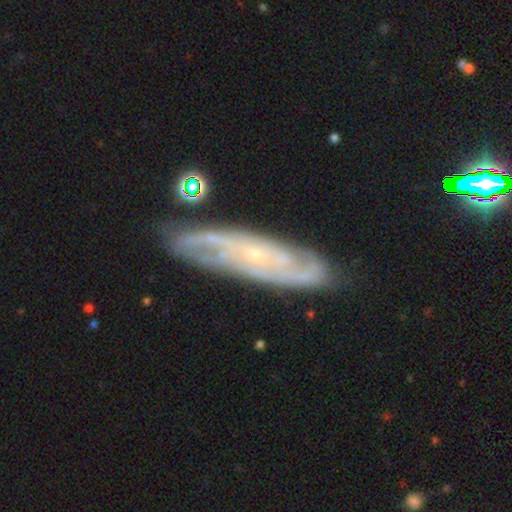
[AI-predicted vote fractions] smooth_or_featured: featured or disk (p=0.82) [alt: smooth p=0.11]
disk_edge_on: no (p=0.80) [alt: yes p=0.20]
bar: no (p=0.67) [alt: weak p=0.26]
has_spiral_arms: yes (p=0.94) [alt: no p=0.06]
spiral_winding: tight (p=0.59) [alt: medium p=0.33]
spiral_arm_count: can't tell (p=0.35) [alt: 2 p=0.29]
bulge_size: small (p=0.82) [alt: moderate p=0.13]
merging: none (p=0.80) [alt: minor disturbance p=0.14]